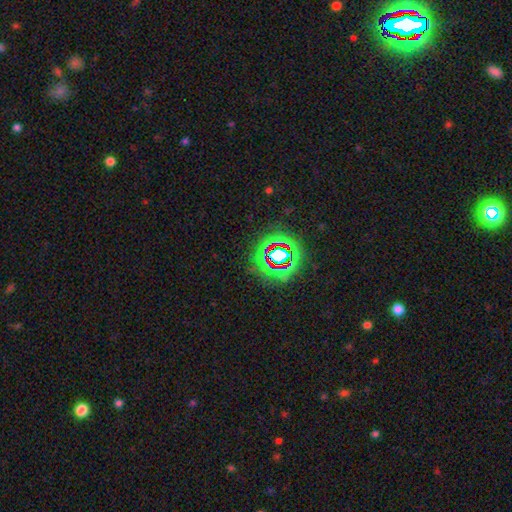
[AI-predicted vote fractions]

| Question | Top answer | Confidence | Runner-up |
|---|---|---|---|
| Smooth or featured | star or artifact | 77% | smooth (14%) |